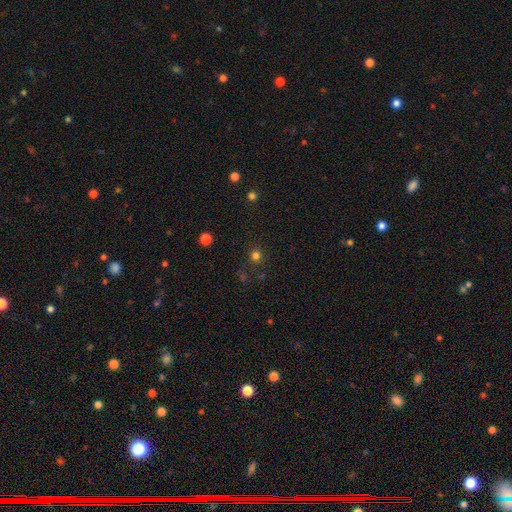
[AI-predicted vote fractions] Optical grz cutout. It shows a smooth galaxy with no disk features (74%) that is round (92%). Merging: none (85%).